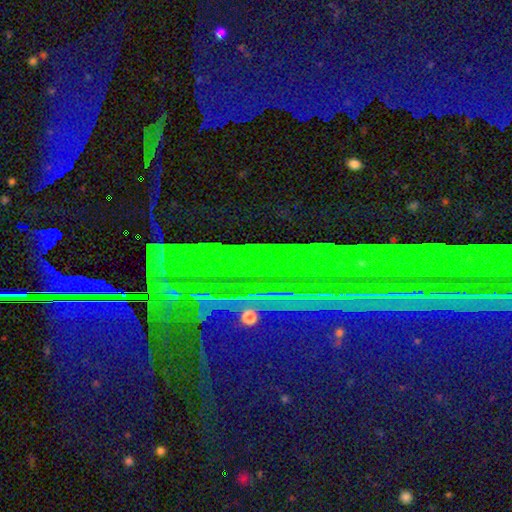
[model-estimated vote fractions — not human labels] Overall: star or artifact (84%).